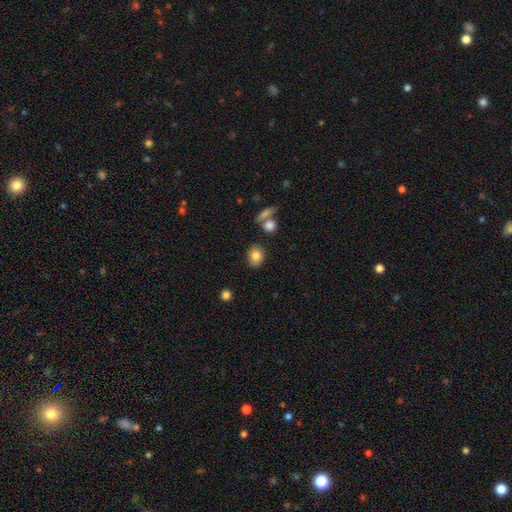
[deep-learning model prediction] A smooth galaxy with no disk features (82%) that is in between round and cigar-shaped (56%).

Vote fractions:
- Smooth or featured? smooth: 82% / star or artifact: 9% / featured or disk: 9%
- How rounded? in between: 56% / round: 43% / cigar-shaped: 1%
- Merging? none: 81% / minor disturbance: 11% / merger: 5% / major disturbance: 3%